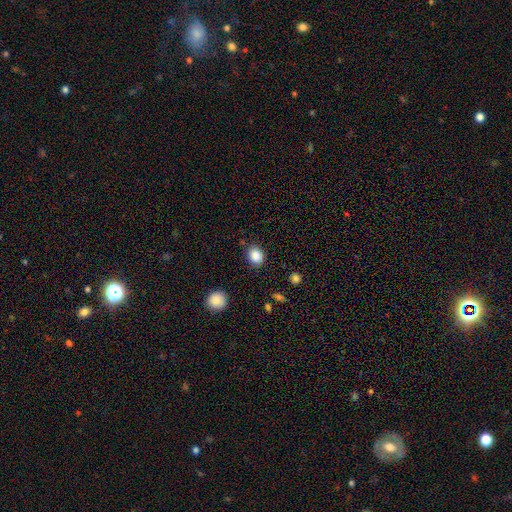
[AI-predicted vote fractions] smooth 87%, star or artifact 9%, featured or disk 4%. Down the decision tree: how rounded — round (56%); merging — none (83%).